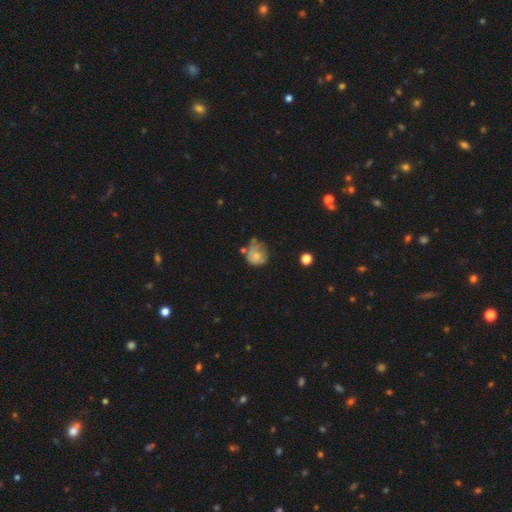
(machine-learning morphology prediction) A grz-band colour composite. It shows a smooth galaxy with no disk features (61%) that is round (74%). Merging: none (40%).